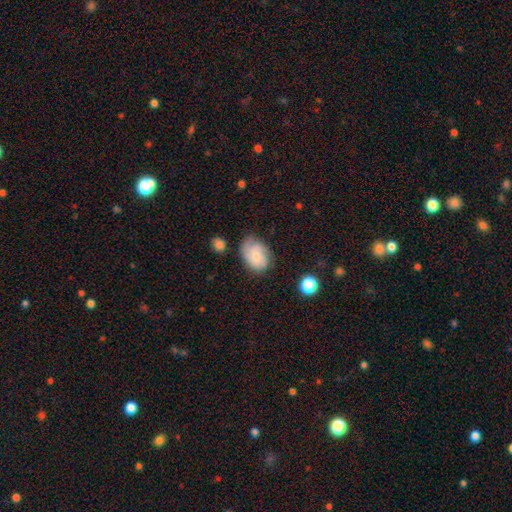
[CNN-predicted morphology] This appears to be a smooth galaxy with no disk features (47%). Merging: none (64%).